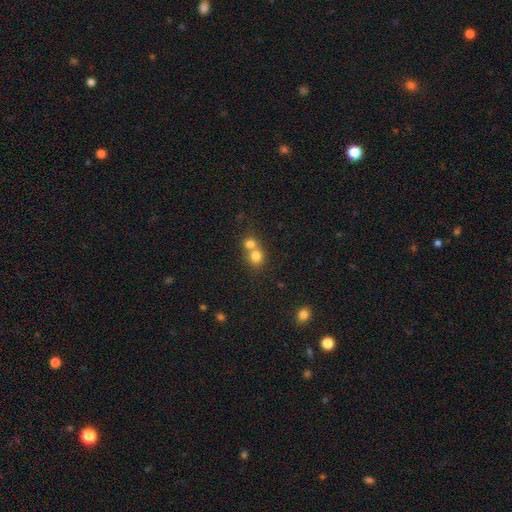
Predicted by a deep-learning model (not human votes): This is likely a smooth galaxy (77%). How rounded: clearly round (80%). Merging: likely merger (61%).